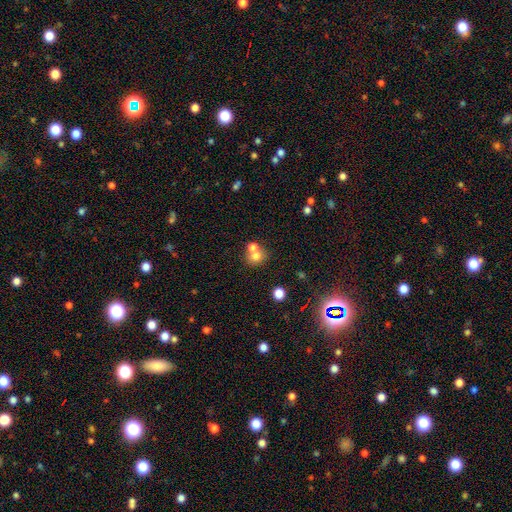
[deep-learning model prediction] A smooth galaxy with no disk features (72%) that is round (76%).

Vote fractions:
- Smooth or featured? smooth: 72% / featured or disk: 15% / star or artifact: 13%
- How rounded? round: 76% / in between: 23% / cigar-shaped: 1%
- Merging? merger: 48% / none: 42% / minor disturbance: 7% / major disturbance: 3%